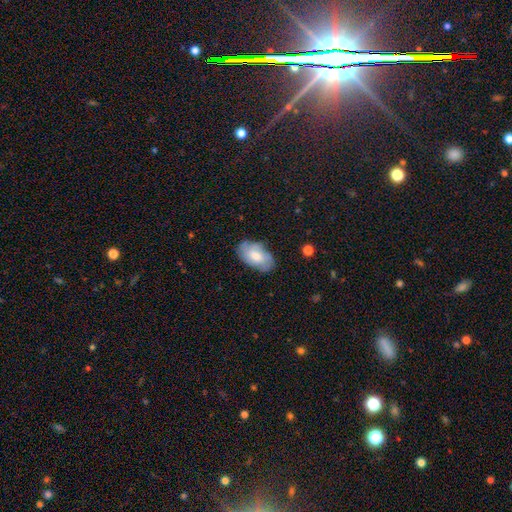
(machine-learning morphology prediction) A smooth galaxy with no disk features (66%) that is in between round and cigar-shaped (94%). Merging: none (74%).